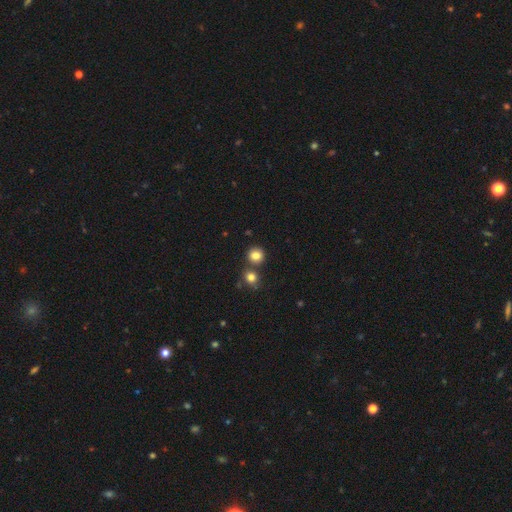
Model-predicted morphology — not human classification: A smooth galaxy with no disk features (82%) that is round (89%).

Vote fractions:
- Smooth or featured? smooth: 82% / star or artifact: 12% / featured or disk: 6%
- How rounded? round: 89% / in between: 10% / cigar-shaped: 1%
- Merging? none: 74% / merger: 17% / minor disturbance: 7% / major disturbance: 2%